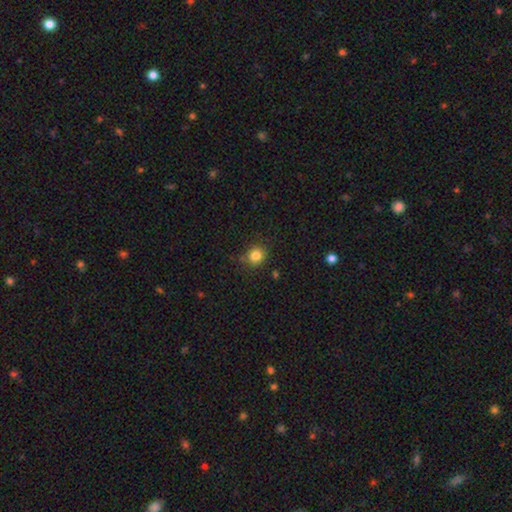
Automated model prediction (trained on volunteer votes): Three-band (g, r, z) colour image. It shows a smooth galaxy with no disk features (83%) that is round (84%). Merging: none (83%).